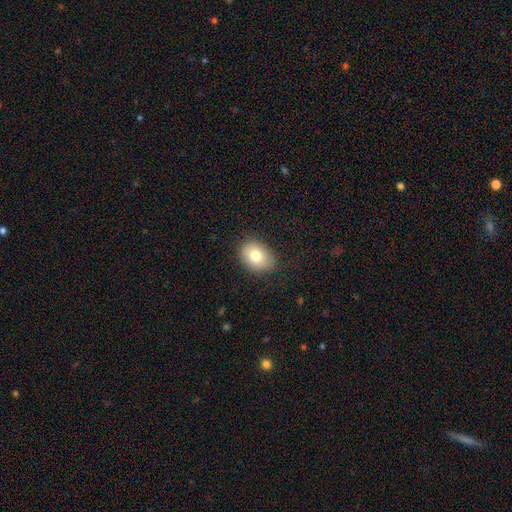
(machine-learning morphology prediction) Smooth or featured: smooth — 79% (featured or disk — 13%)
How rounded: in between — 72% (round — 27%)
Merging: none — 84% (minor disturbance — 12%)